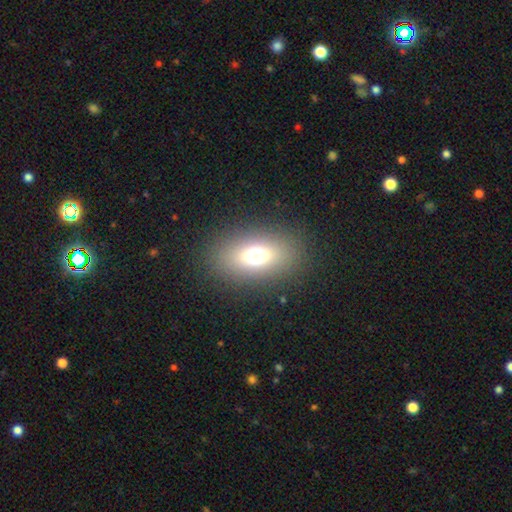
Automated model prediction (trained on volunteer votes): A smooth galaxy with no disk features (67%) that is in between round and cigar-shaped (81%). Merging: none (85%).